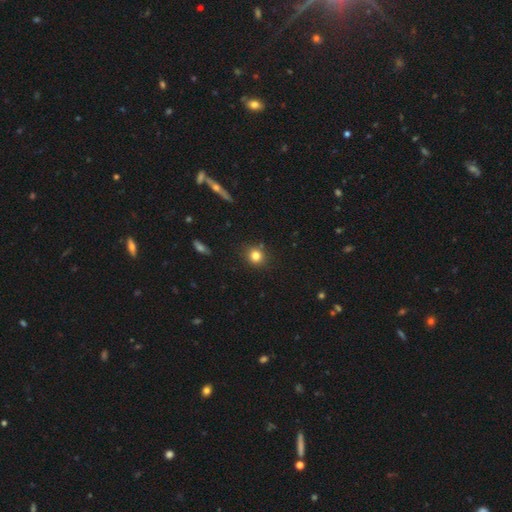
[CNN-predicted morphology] The model was most divided on "smooth or featured": smooth: 81%, star or artifact: 12%, featured or disk: 7%. More confident: merging — none (85%); how rounded — round (84%).